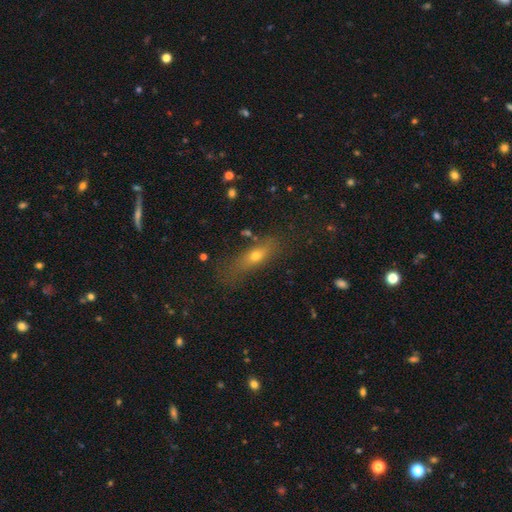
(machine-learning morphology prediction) A smooth galaxy with no disk features (61%) that is in between round and cigar-shaped (47%, tied with cigar-shaped). Merging: none (66%).